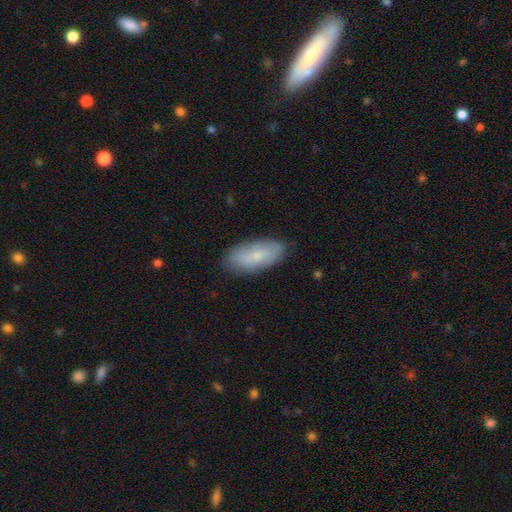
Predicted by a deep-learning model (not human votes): A smooth galaxy with no disk features (73%) that is in between round and cigar-shaped (84%).

Vote fractions:
- Smooth or featured? smooth: 73% / featured or disk: 21% / star or artifact: 6%
- How rounded? in between: 84% / cigar-shaped: 14% / round: 2%
- Merging? none: 81% / minor disturbance: 15% / major disturbance: 3% / merger: 1%